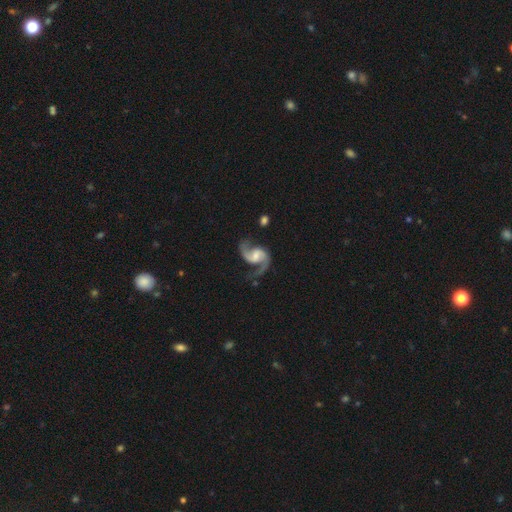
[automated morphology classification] featured or disk 92%, smooth 4%, star or artifact 4%. Down the decision tree: edge-on disk — no (98%); bar — weak (53%); spiral arms — yes (98%); spiral arm count — 2 (93%); spiral winding — loose (47%); bulge size — moderate (36%); merging — none (69%).